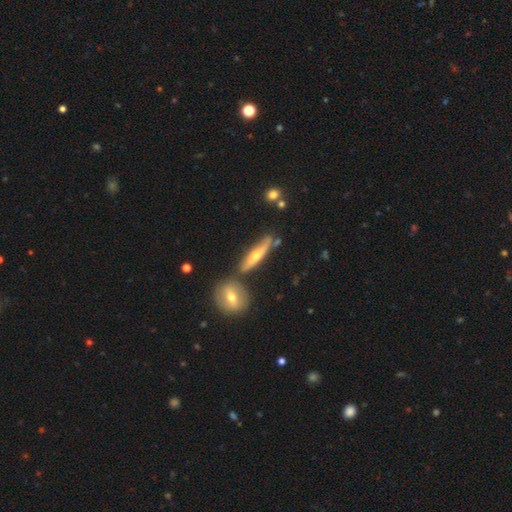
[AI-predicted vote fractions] featured or disk 59%, smooth 33%, star or artifact 8%. Down the decision tree: edge-on disk — yes (87%); edge-on bulge — rounded (89%); merging — none (72%).